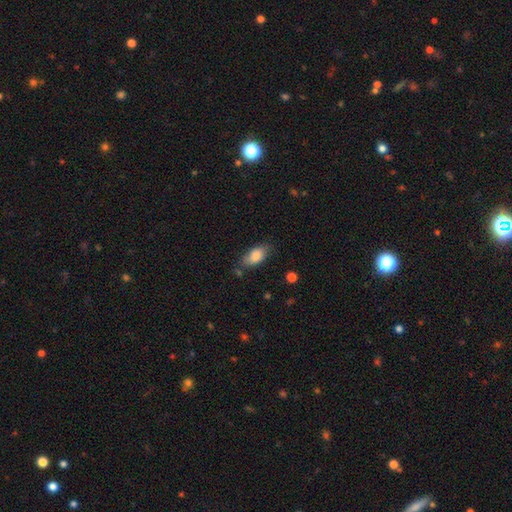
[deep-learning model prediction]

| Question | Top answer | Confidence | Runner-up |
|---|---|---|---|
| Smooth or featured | smooth | 84% | featured or disk (9%) |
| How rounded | in between | 90% | cigar-shaped (6%) |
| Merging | none | 69% | minor disturbance (22%) |